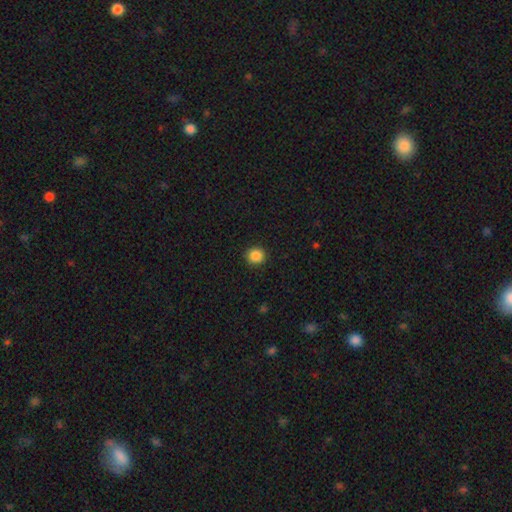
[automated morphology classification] Q: Smooth or featured?
A: smooth (87%); runner-up: star or artifact (10%)
Q: How rounded?
A: round (92%); runner-up: in between (7%)
Q: Merging?
A: none (93%); runner-up: minor disturbance (5%)